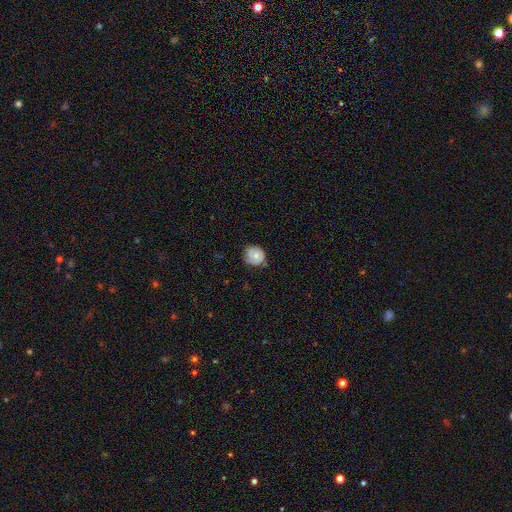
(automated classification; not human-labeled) Smooth or featured?
  - smooth: 54% *
  - featured or disk: 39%
  - star or artifact: 8%
How rounded?
  - round: 84% *
  - in between: 15%
  - cigar-shaped: 1%
Merging?
  - none: 69% *
  - minor disturbance: 24%
  - major disturbance: 5%
  - merger: 1%